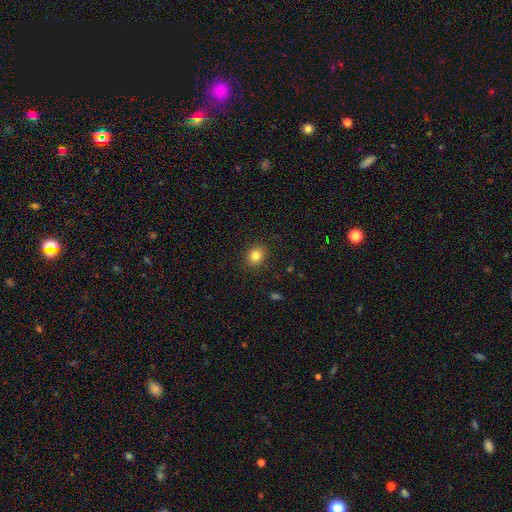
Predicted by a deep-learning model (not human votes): Q: Smooth or featured?
A: smooth (83%); runner-up: star or artifact (11%)
Q: How rounded?
A: round (60%); runner-up: in between (39%)
Q: Merging?
A: none (89%); runner-up: minor disturbance (8%)